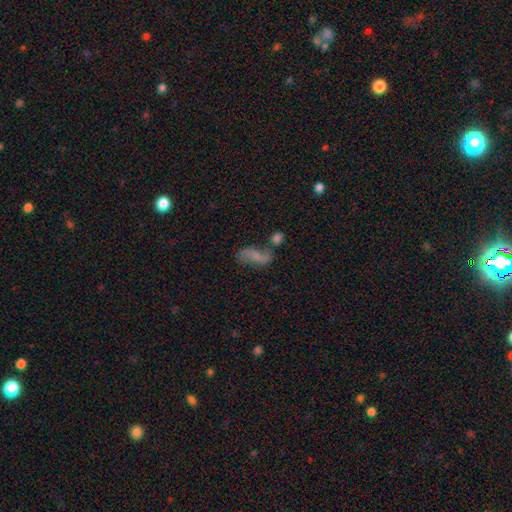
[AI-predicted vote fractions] Smooth or featured? featured or disk (44%, tied with smooth)
Merging? none (39%)